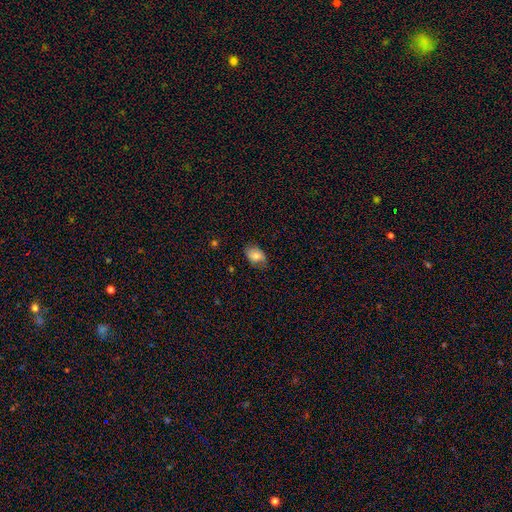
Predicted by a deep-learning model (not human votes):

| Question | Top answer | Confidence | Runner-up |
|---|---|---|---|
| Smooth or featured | smooth | 76% | featured or disk (16%) |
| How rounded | in between | 82% | round (16%) |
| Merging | none | 73% | minor disturbance (21%) |